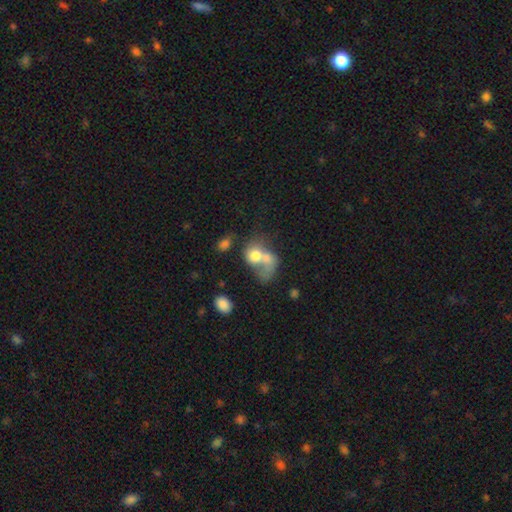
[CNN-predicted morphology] This is likely a smooth galaxy (62%). How rounded: possibly in between (51%). Merging: likely merger (69%).